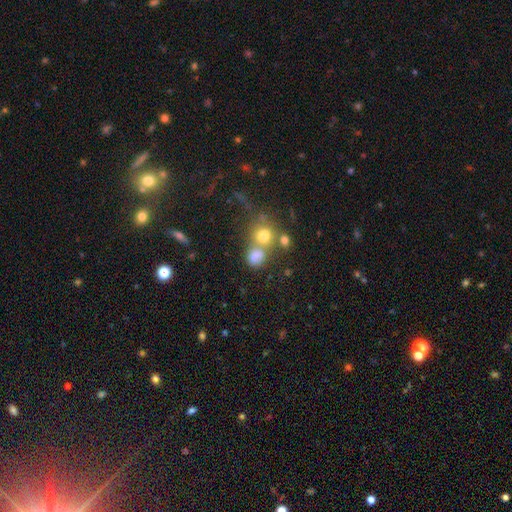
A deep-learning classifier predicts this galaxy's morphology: A smooth galaxy with no disk features (72%) that is round (63%).

Vote fractions:
- Smooth or featured? smooth: 72% / star or artifact: 16% / featured or disk: 12%
- How rounded? round: 63% / in between: 36% / cigar-shaped: 1%
- Merging? merger: 42% / none: 38% / minor disturbance: 12% / major disturbance: 8%